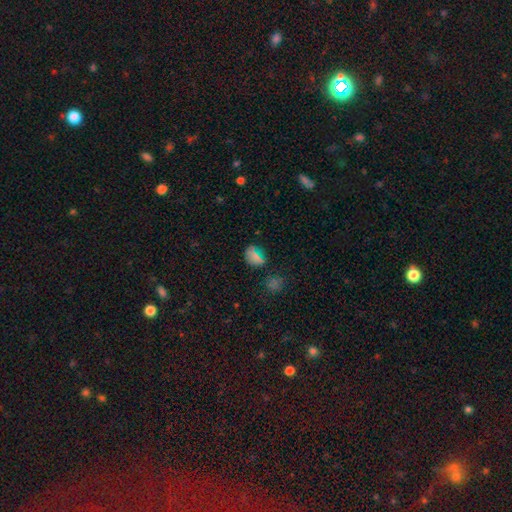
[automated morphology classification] A smooth galaxy with no disk features (66%) that is in between round and cigar-shaped (58%). Merging: none (74%).